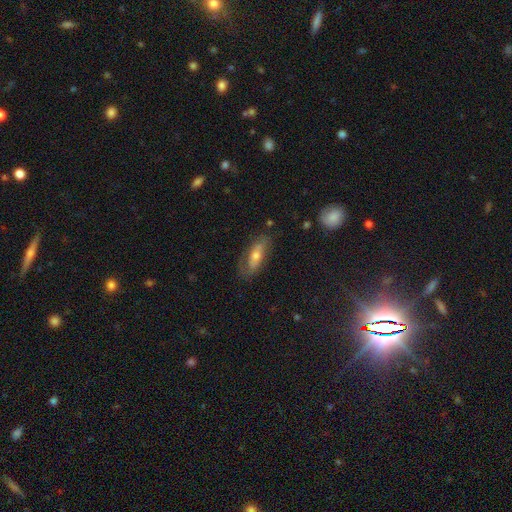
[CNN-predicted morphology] smooth_or_featured: featured or disk (p=0.49) [alt: smooth p=0.42]
merging: none (p=0.69) [alt: minor disturbance p=0.21]